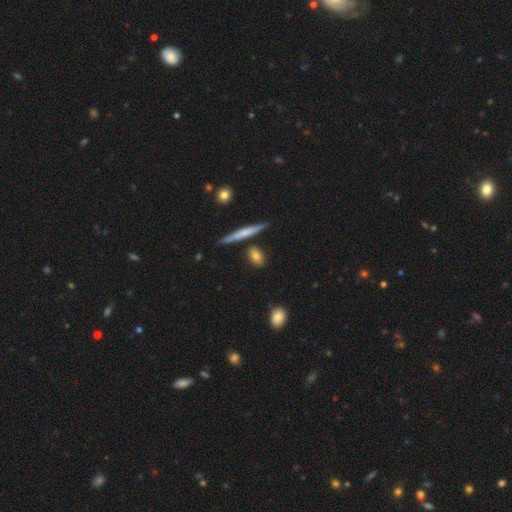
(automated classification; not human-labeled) Q: Smooth or featured?
A: smooth (74%); runner-up: featured or disk (19%)
Q: How rounded?
A: in between (51%); runner-up: cigar-shaped (32%)
Q: Merging?
A: none (77%); runner-up: minor disturbance (13%)